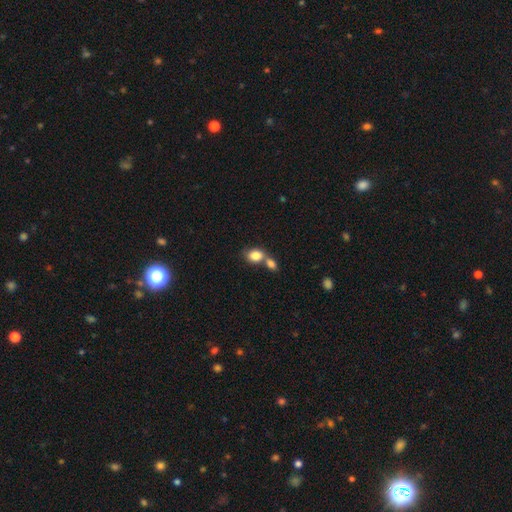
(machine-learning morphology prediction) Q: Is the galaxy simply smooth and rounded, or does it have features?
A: smooth — 83%.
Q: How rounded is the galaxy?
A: in between — 62%.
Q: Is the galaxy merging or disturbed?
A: merger — 56%.